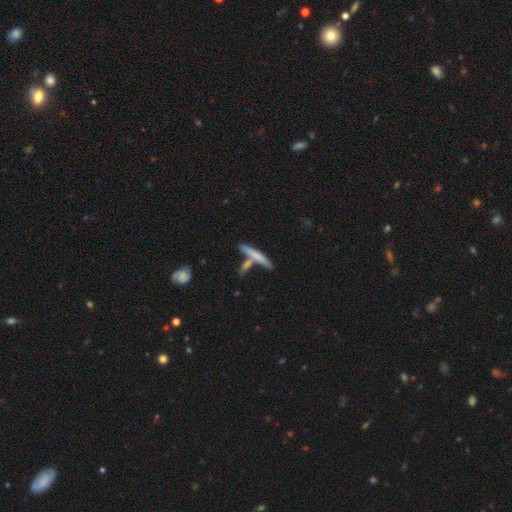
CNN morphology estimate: Smooth or featured?
  - smooth: 62% *
  - featured or disk: 31%
  - star or artifact: 6%
How rounded?
  - cigar-shaped: 92% *
  - in between: 6%
  - round: 2%
Merging?
  - none: 65% *
  - merger: 20%
  - minor disturbance: 11%
  - major disturbance: 3%